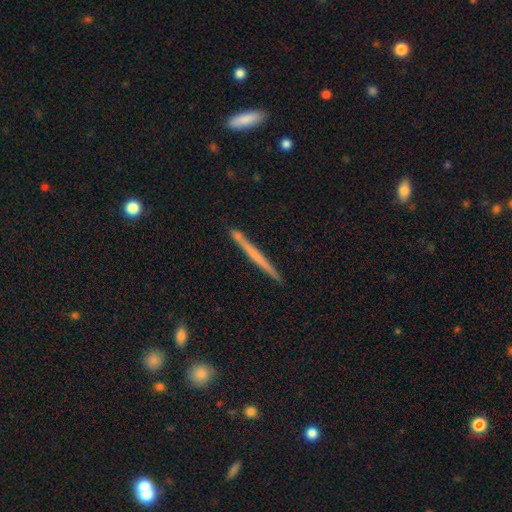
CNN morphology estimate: Q: Smooth or featured?
A: featured or disk (47%); tied with: smooth (47%)
Q: Merging?
A: none (88%); runner-up: minor disturbance (8%)